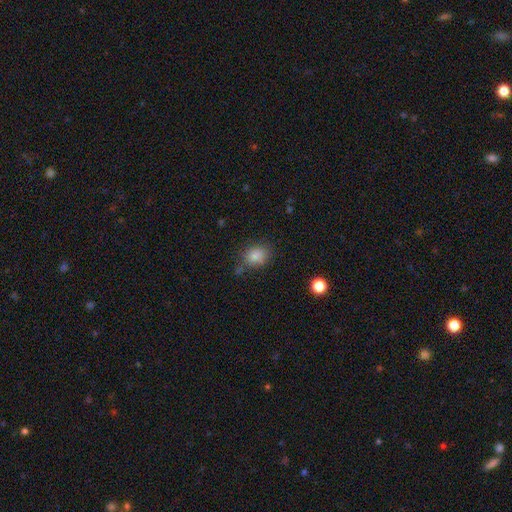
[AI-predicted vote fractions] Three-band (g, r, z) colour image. It shows a smooth galaxy with no disk features (84%) that is in between round and cigar-shaped (56%). Merging: none (71%).